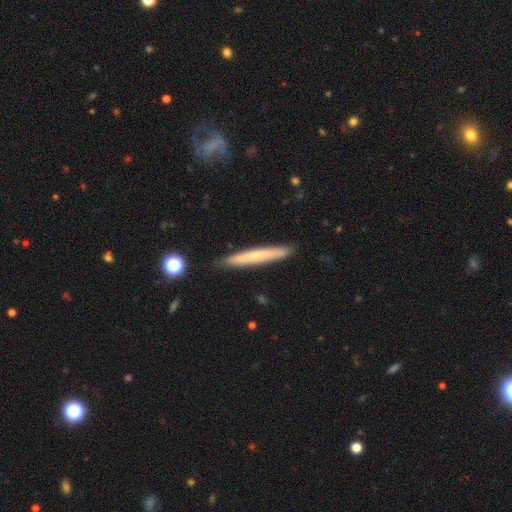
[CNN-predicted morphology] Q: Smooth or featured?
A: smooth (56%); runner-up: featured or disk (38%)
Q: How rounded?
A: cigar-shaped (96%); runner-up: in between (3%)
Q: Merging?
A: none (89%); runner-up: minor disturbance (8%)